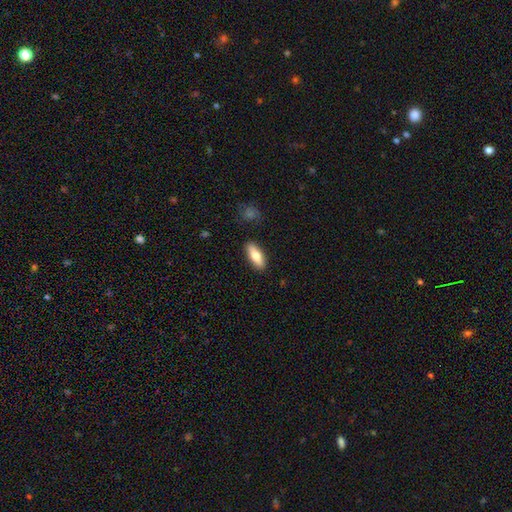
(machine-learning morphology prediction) smooth-or-featured: smooth: 75% | featured or disk: 19% | star or artifact: 6%
  how-rounded: in between: 71% | cigar-shaped: 27% | round: 2%
  merging: none: 87% | minor disturbance: 9% | major disturbance: 2% | merger: 1%